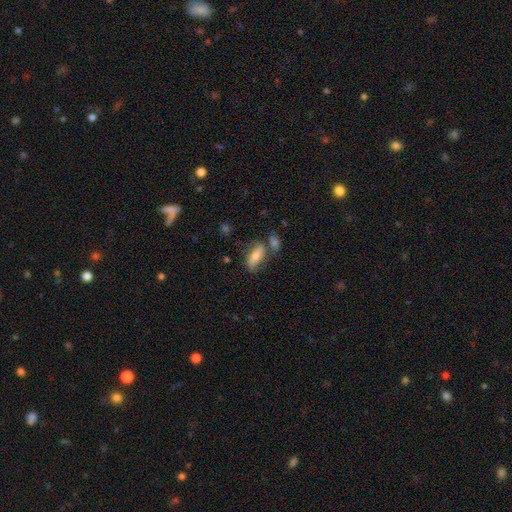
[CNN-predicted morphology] smooth 56%, featured or disk 36%, star or artifact 8%. Down the decision tree: how rounded — in between (79%); merging — none (50%).